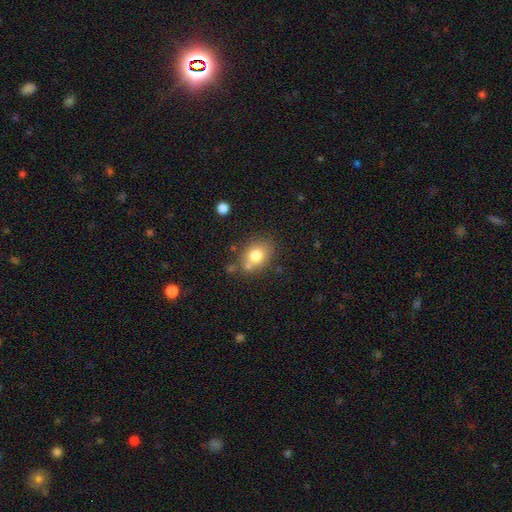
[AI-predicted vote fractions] smooth 77%, featured or disk 13%, star or artifact 10%. Down the decision tree: how rounded — in between (54%); merging — none (67%).